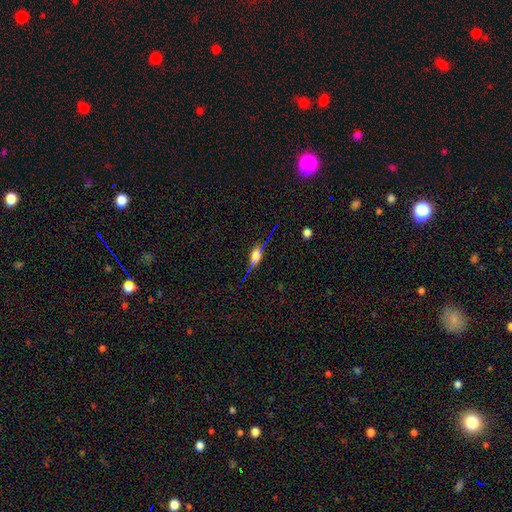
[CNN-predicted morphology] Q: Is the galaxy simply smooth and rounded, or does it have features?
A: featured or disk — 49%.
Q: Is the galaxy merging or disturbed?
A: none — 77%.